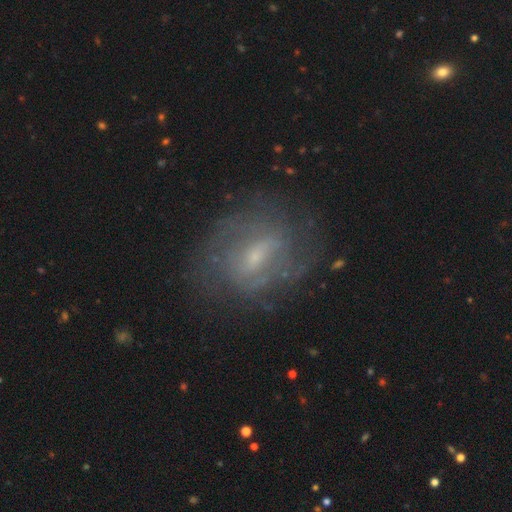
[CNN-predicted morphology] Q: Smooth or featured?
A: featured or disk (74%); runner-up: smooth (16%)
Q: Edge-on disk?
A: no (95%); runner-up: yes (5%)
Q: Bar?
A: weak (54%); runner-up: no (23%)
Q: Spiral arms?
A: yes (78%); runner-up: no (22%)
Q: Spiral winding?
A: tight (44%); runner-up: medium (38%)
Q: Spiral arm count?
A: can't tell (45%); runner-up: 2 (36%)
Q: Bulge size?
A: small (58%); runner-up: moderate (30%)
Q: Merging?
A: none (71%); runner-up: minor disturbance (17%)